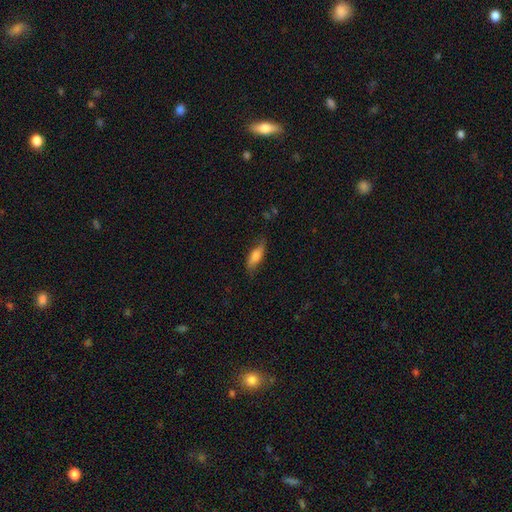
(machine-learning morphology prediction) This is likely a smooth galaxy (71%). How rounded: likely in between (61%). Merging: likely none (70%).